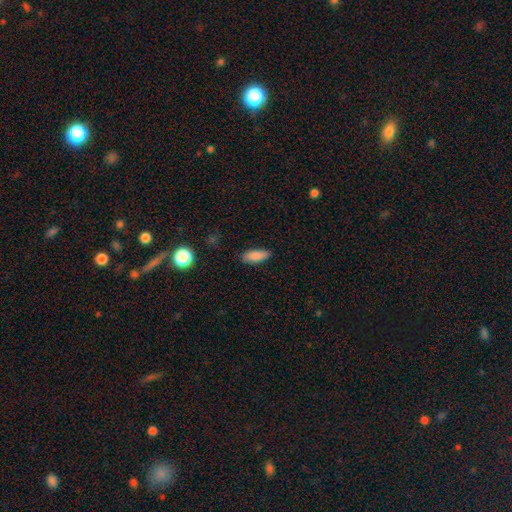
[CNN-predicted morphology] The model was most divided on "how rounded": in between: 75%, cigar-shaped: 22%, round: 2%. More confident: smooth or featured — smooth (85%); merging — none (83%).